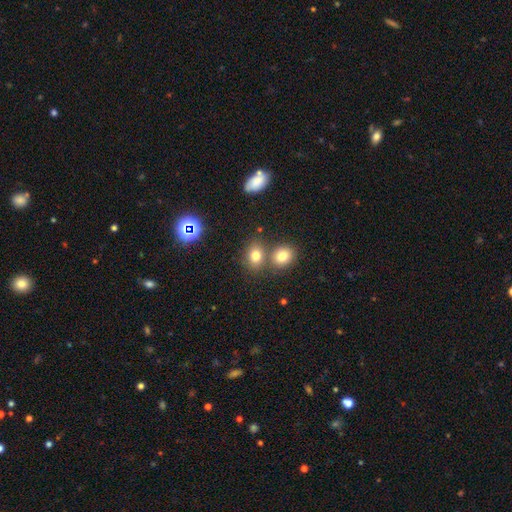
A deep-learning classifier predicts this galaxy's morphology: smooth_or_featured: smooth (p=0.76) [alt: star or artifact p=0.15]
how_rounded: round (p=0.51) [alt: in between p=0.48]
merging: none (p=0.59) [alt: merger p=0.28]